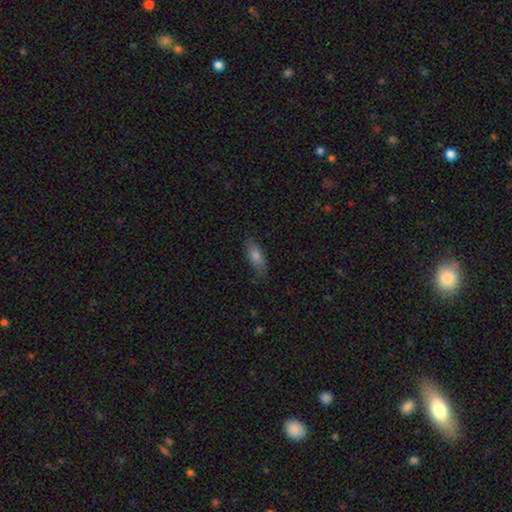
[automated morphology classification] smooth-or-featured: smooth: 73% | featured or disk: 18% | star or artifact: 9%
  how-rounded: in between: 69% | cigar-shaped: 28% | round: 3%
  merging: none: 78% | minor disturbance: 18% | major disturbance: 3% | merger: 1%